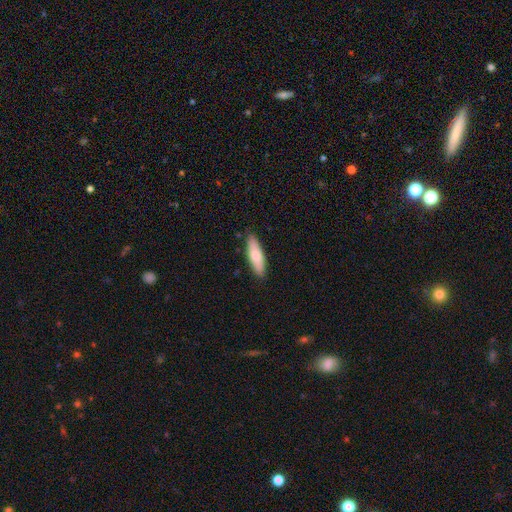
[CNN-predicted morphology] This is likely a smooth galaxy (71%). How rounded: possibly cigar-shaped (52%). Merging: clearly none (87%).